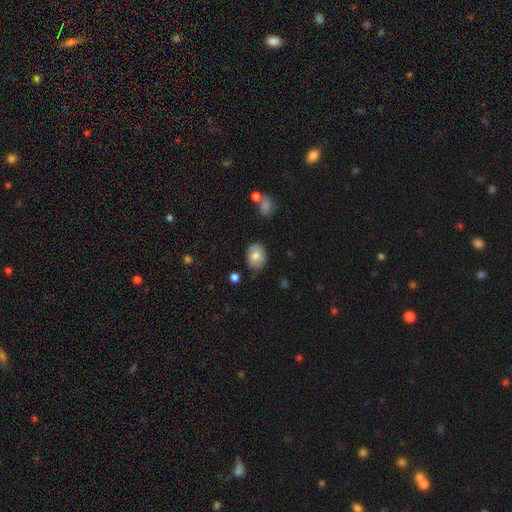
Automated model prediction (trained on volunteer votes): Overall: smooth (76%). How rounded: in between (59%; round 40%). Merging: none (75%).